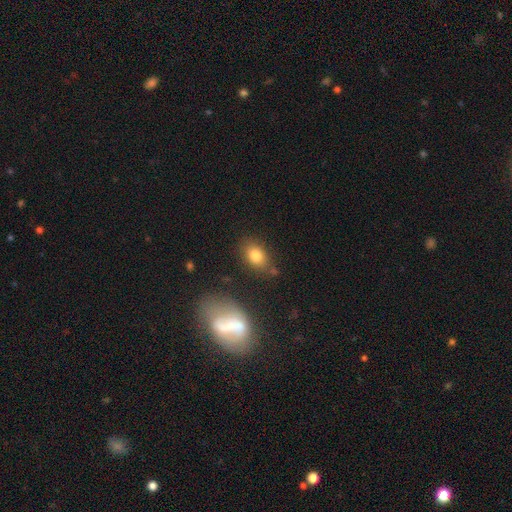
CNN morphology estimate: A smooth galaxy with no disk features (81%) that is in between round and cigar-shaped (77%). Merging: none (74%).